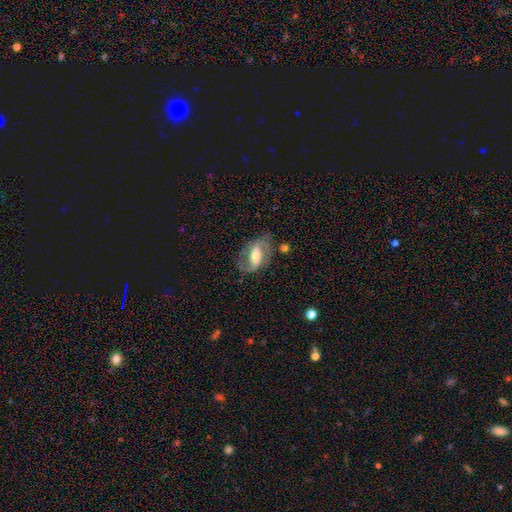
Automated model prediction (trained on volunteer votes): Smooth or featured? featured or disk (81%)
Edge-on disk? no (96%)
Bar? strong (39%)
Spiral arms? yes (91%)
Spiral winding? medium (49%)
Spiral arm count? 2 (87%)
Bulge size? moderate (61%)
Merging? none (69%)